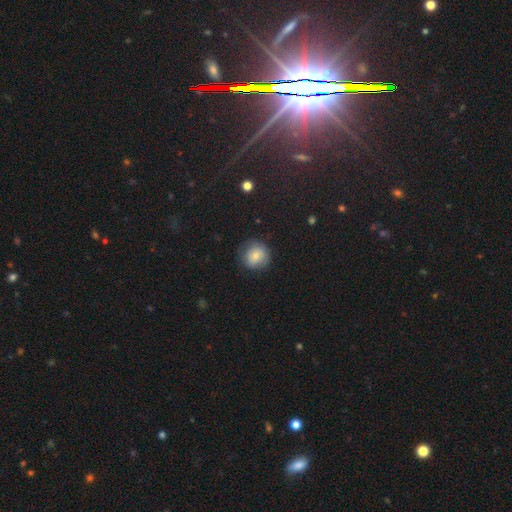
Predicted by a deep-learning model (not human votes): This is likely a smooth galaxy (72%). How rounded: clearly round (88%). Merging: likely none (76%).